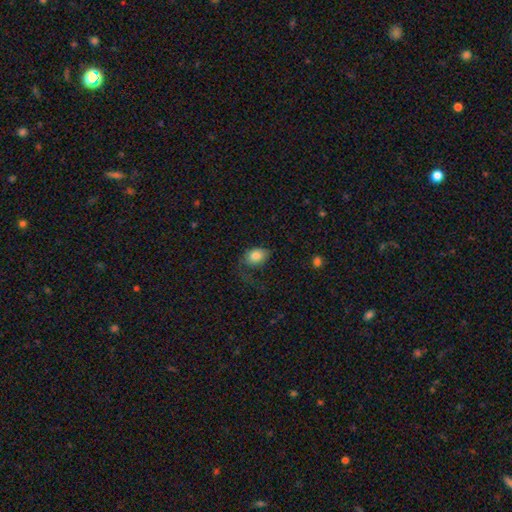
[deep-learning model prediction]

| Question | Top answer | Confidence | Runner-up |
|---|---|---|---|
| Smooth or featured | smooth | 81% | featured or disk (11%) |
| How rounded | in between | 78% | round (20%) |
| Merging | none | 38% | major disturbance (35%) |